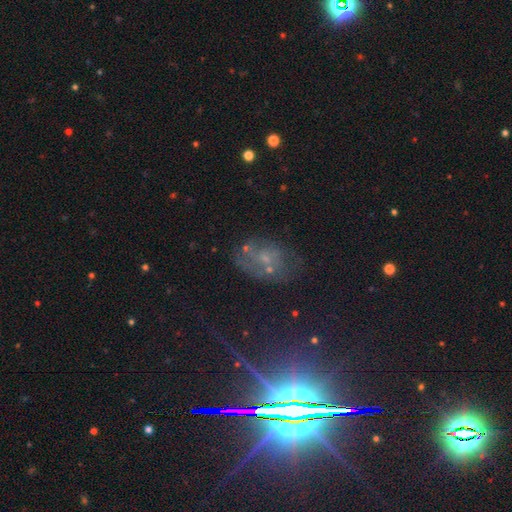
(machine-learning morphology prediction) Smooth or featured? featured or disk (41%)
Merging? none (53%)